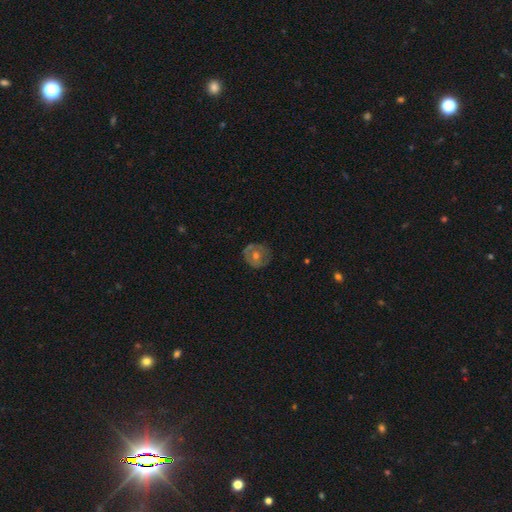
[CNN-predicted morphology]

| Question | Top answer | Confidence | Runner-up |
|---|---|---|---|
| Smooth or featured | featured or disk | 53% | smooth (39%) |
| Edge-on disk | no | 95% | yes (5%) |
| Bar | no | 77% | weak (18%) |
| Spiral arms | no | 67% | yes (33%) |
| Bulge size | moderate | 71% | small (23%) |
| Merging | none | 80% | minor disturbance (14%) |